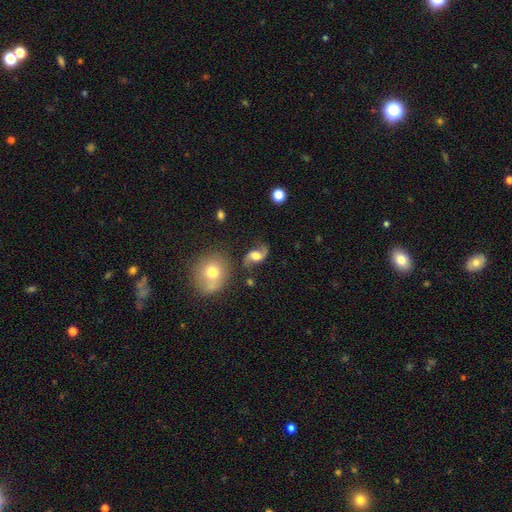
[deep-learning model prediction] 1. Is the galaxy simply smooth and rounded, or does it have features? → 76% featured or disk, 16% smooth, 8% star or artifact.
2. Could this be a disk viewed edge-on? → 97% no, 3% yes.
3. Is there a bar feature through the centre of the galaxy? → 51% no, 39% weak, 11% strong.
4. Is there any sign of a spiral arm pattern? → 94% yes, 6% no.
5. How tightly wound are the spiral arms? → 74% loose, 22% medium, 5% tight.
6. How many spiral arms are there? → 93% 2, 2% 1, 2% can't tell, 1% 3, 1% 4, 1% more than 4.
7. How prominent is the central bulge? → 45% moderate, 35% large, 10% small, 5% none, 4% dominant.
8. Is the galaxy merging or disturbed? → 69% none, 17% minor disturbance, 9% major disturbance, 5% merger.